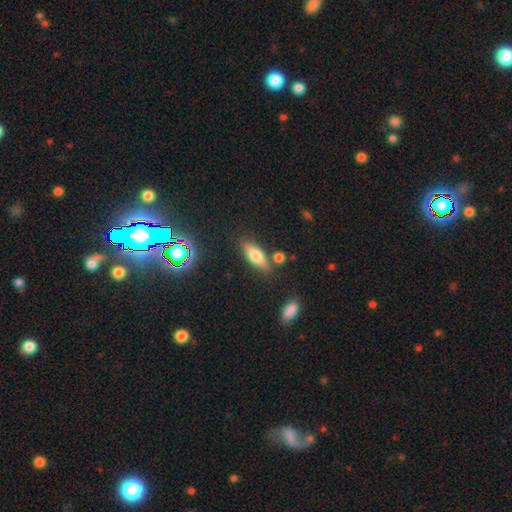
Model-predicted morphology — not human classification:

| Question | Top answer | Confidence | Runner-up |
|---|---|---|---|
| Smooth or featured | smooth | 65% | featured or disk (24%) |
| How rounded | in between | 59% | cigar-shaped (37%) |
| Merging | none | 76% | minor disturbance (13%) |